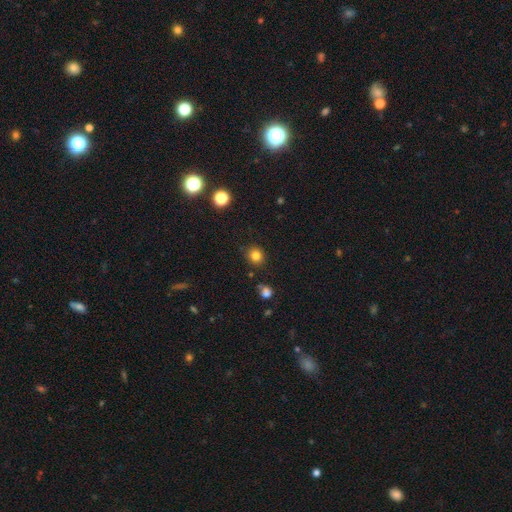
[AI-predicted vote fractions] Morphology: type=smooth (82%); roundness=round (83%); merging=none (85%).